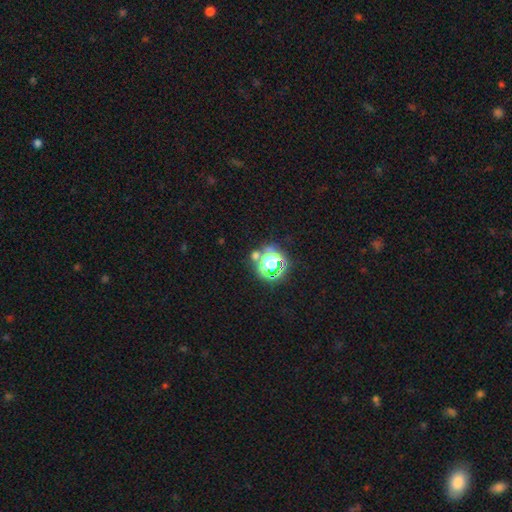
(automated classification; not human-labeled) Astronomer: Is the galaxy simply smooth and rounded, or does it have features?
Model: star or artifact — 64%.